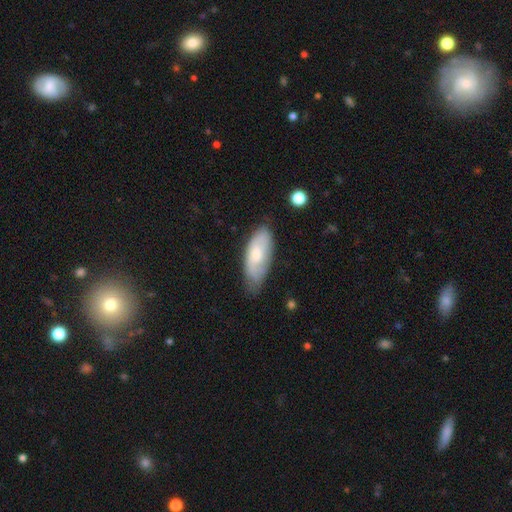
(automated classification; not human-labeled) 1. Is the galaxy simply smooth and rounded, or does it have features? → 61% smooth, 33% featured or disk, 7% star or artifact.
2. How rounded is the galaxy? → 79% in between, 19% cigar-shaped, 2% round.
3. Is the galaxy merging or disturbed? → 62% none, 30% minor disturbance, 7% major disturbance, 2% merger.